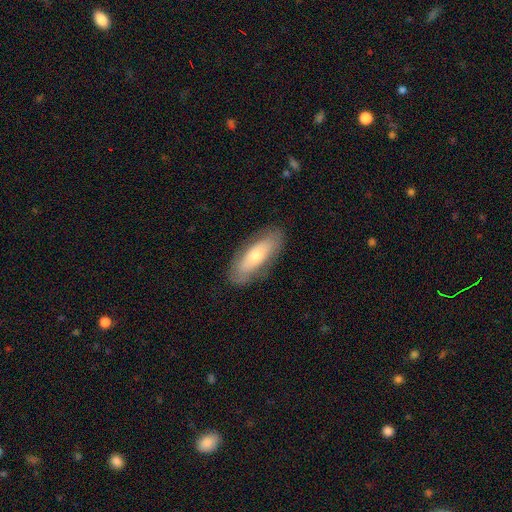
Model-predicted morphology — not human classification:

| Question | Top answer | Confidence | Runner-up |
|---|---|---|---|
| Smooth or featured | smooth | 58% | featured or disk (35%) |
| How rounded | in between | 68% | cigar-shaped (30%) |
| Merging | none | 82% | minor disturbance (13%) |